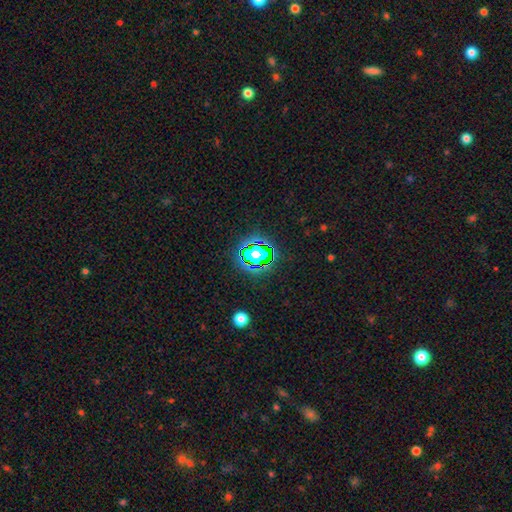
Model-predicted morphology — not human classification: Smooth or featured? Predicted: star or artifact (p=0.62).